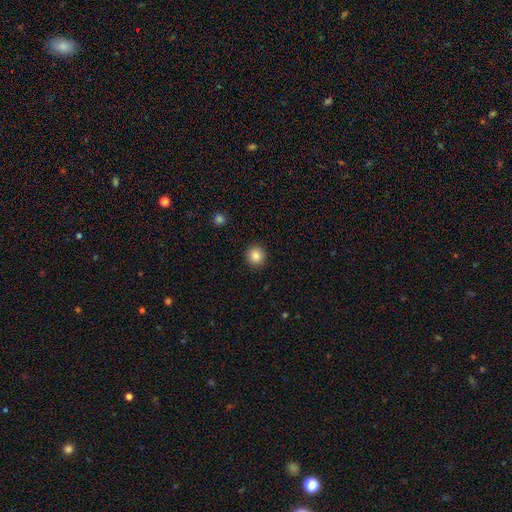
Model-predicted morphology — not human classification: A smooth galaxy with no disk features (84%) that is round (93%).

Vote fractions:
- Smooth or featured? smooth: 84% / star or artifact: 10% / featured or disk: 6%
- How rounded? round: 93% / in between: 6% / cigar-shaped: 1%
- Merging? none: 92% / minor disturbance: 5% / major disturbance: 2% / merger: 1%